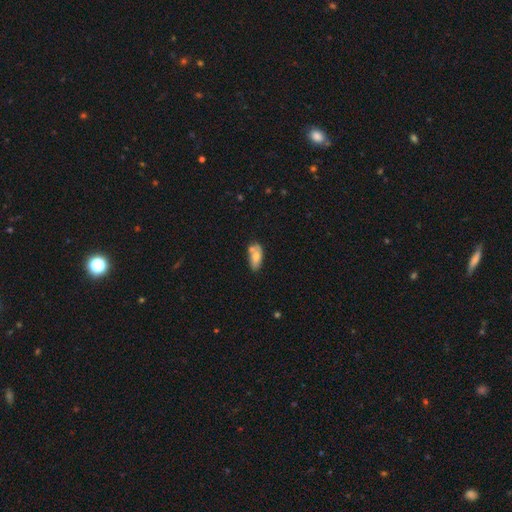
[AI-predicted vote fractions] Smooth or featured? smooth (69%)
How rounded? in between (88%)
Merging? none (46%)